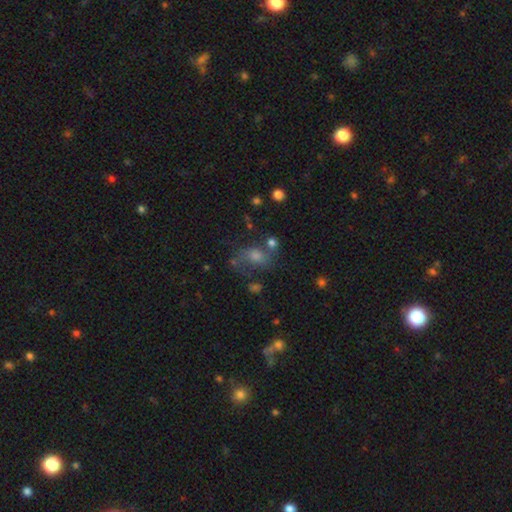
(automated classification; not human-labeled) Smooth or featured: smooth — 49% (featured or disk — 27%)
Merging: none — 51% (minor disturbance — 20%)